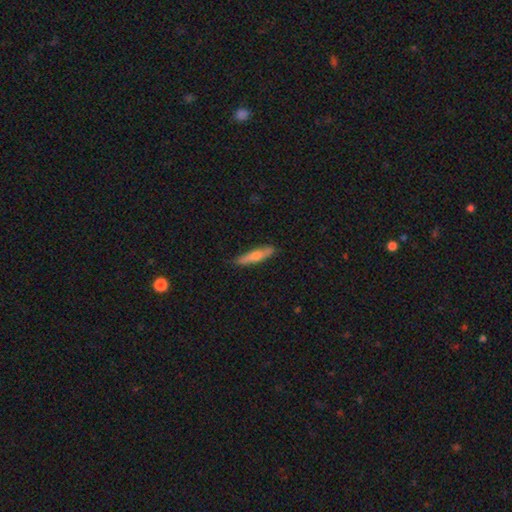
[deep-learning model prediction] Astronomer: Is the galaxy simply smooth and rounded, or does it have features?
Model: smooth — 56% (runner-up: featured or disk, 38%).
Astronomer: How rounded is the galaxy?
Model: cigar-shaped — 86%.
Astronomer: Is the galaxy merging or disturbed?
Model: none — 87%.